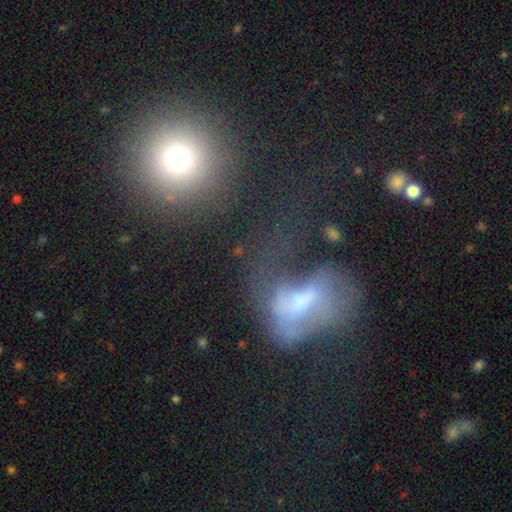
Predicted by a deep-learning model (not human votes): This appears to be a featured or disk galaxy (49%). Merging: major disturbance (55%).